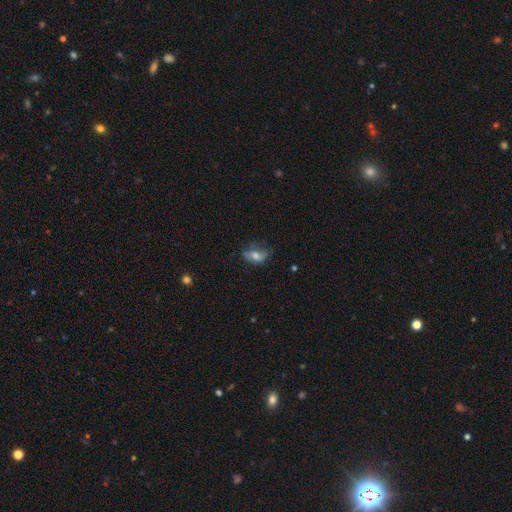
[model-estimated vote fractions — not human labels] A smooth galaxy with no disk features (54%) that is in between round and cigar-shaped (77%).

Vote fractions:
- Smooth or featured? smooth: 54% / featured or disk: 35% / star or artifact: 11%
- How rounded? in between: 77% / round: 18% / cigar-shaped: 5%
- Merging? none: 48% / minor disturbance: 30% / major disturbance: 20% / merger: 2%